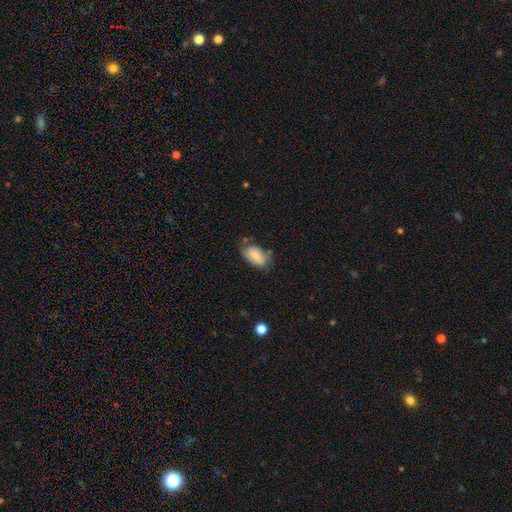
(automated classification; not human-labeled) smooth-or-featured: smooth: 76% | featured or disk: 17% | star or artifact: 7%
  how-rounded: in between: 92% | round: 5% | cigar-shaped: 3%
  merging: none: 59% | minor disturbance: 29% | major disturbance: 8% | merger: 5%